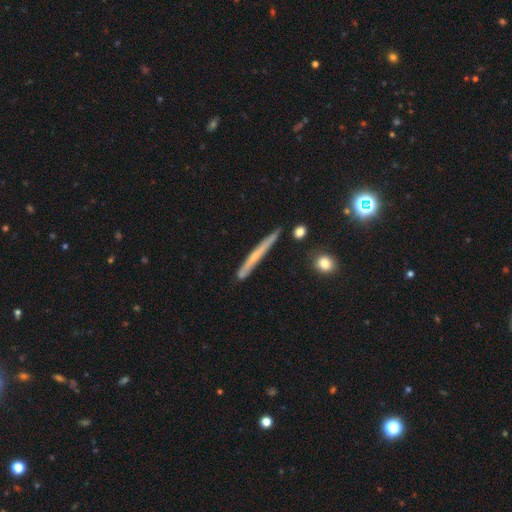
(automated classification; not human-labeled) Morphology: type=featured or disk (57%); edge-on=yes (95%); edge-on bulge=none (59%); merging=none (83%).